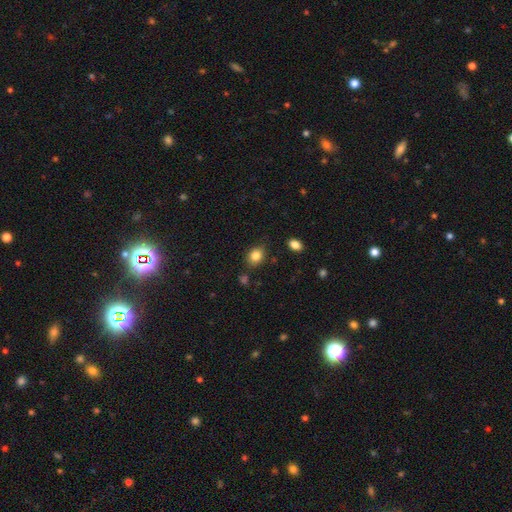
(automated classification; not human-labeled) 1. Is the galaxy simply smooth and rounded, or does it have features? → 84% smooth, 10% star or artifact, 6% featured or disk.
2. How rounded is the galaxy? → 54% in between, 45% round, 1% cigar-shaped.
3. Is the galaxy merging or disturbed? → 79% none, 14% minor disturbance, 4% merger, 3% major disturbance.